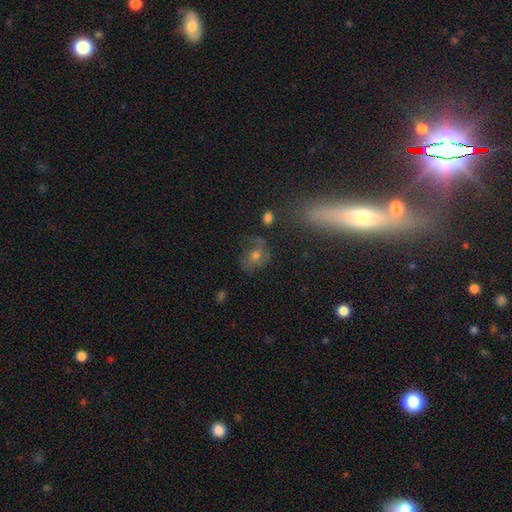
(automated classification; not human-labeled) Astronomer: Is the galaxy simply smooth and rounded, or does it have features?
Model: smooth — 50% (runner-up: featured or disk, 30%).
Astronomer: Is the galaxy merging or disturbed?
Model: none — 53%.